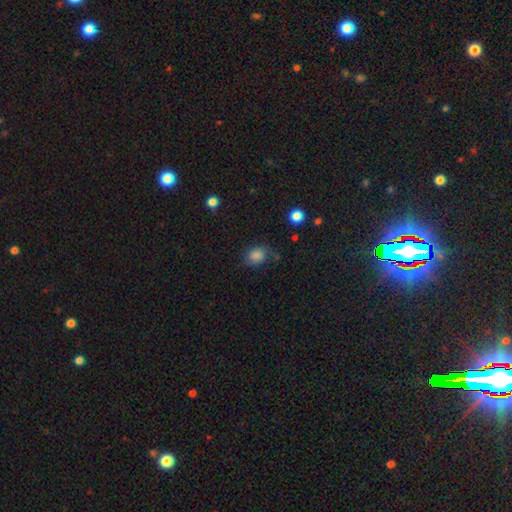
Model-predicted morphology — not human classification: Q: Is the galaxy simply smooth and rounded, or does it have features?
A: smooth — 80%.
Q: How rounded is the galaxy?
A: round — 56%.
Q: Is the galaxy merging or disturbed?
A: none — 61%.